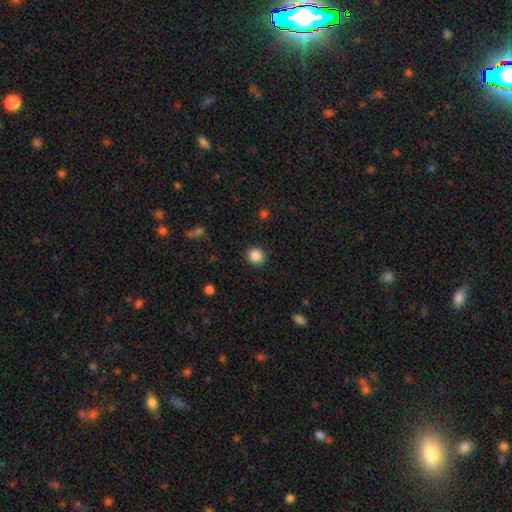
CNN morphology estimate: A smooth galaxy with no disk features (87%) that is round (92%).

Vote fractions:
- Smooth or featured? smooth: 87% / star or artifact: 10% / featured or disk: 3%
- How rounded? round: 92% / in between: 7% / cigar-shaped: 1%
- Merging? none: 91% / minor disturbance: 5% / major disturbance: 2% / merger: 1%